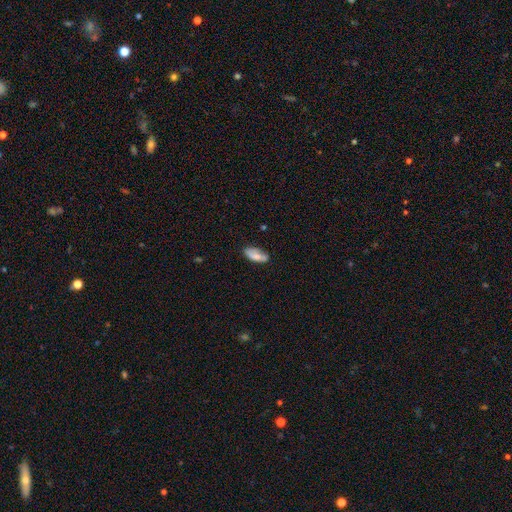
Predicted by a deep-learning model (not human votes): The model was most divided on "merging": none: 65%, minor disturbance: 25%, major disturbance: 6%, merger: 4%. More confident: how rounded — in between (84%); smooth or featured — smooth (70%).